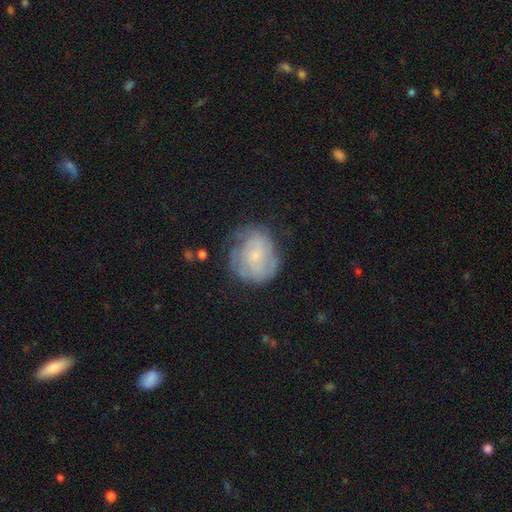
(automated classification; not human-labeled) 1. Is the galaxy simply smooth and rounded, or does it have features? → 57% featured or disk, 35% smooth, 8% star or artifact.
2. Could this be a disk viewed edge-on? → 97% no, 3% yes.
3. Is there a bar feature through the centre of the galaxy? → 75% no, 21% weak, 4% strong.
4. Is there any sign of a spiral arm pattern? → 73% yes, 27% no.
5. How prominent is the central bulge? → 67% small, 22% moderate, 8% none, 2% large, 1% dominant.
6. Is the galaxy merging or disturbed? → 60% none, 25% minor disturbance, 13% major disturbance, 2% merger.